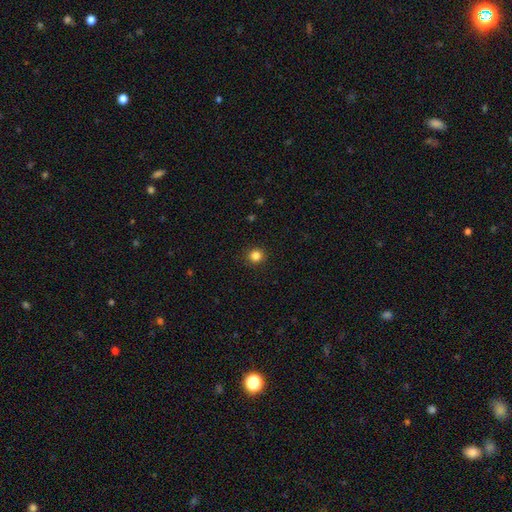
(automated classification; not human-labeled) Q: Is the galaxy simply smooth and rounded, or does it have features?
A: smooth — 84%.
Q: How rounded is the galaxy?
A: round — 92%.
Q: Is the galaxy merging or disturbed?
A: none — 91%.